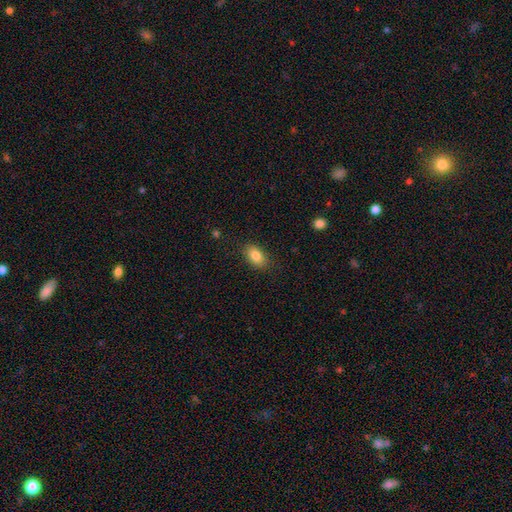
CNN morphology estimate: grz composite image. It shows a smooth galaxy with no disk features (84%) that is in between round and cigar-shaped (89%). Merging: none (85%).